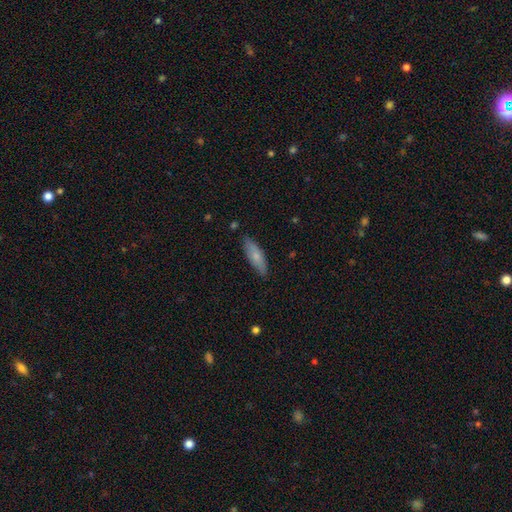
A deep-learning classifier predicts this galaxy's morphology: Smooth or featured? Predicted: smooth (p=0.73). How rounded? Predicted: cigar-shaped (p=0.49, tied with in between). Merging? Predicted: none (p=0.84).